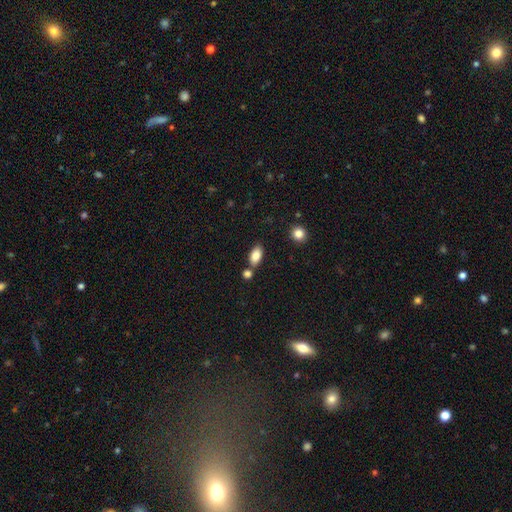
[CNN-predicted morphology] smooth 84%, featured or disk 8%, star or artifact 8%. Down the decision tree: how rounded — in between (91%); merging — none (71%).